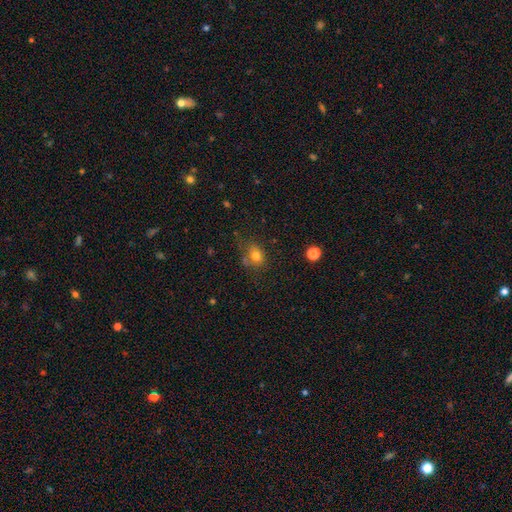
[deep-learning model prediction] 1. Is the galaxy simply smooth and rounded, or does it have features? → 77% smooth, 14% star or artifact, 9% featured or disk.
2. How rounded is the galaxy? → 59% round, 40% in between, 1% cigar-shaped.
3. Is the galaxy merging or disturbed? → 60% none, 21% minor disturbance, 11% merger, 8% major disturbance.